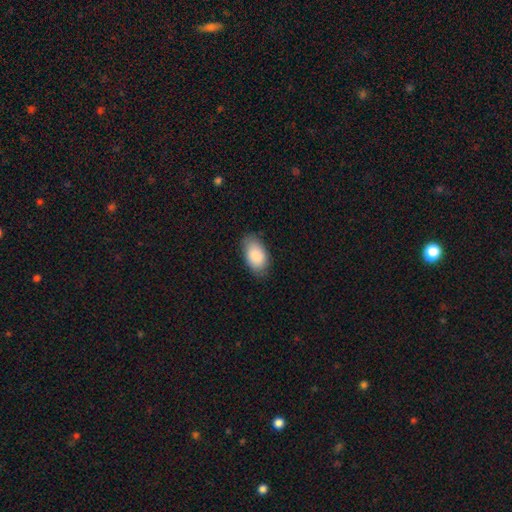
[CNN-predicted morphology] type=smooth (89%); roundness=in between (94%); merging=none (80%).